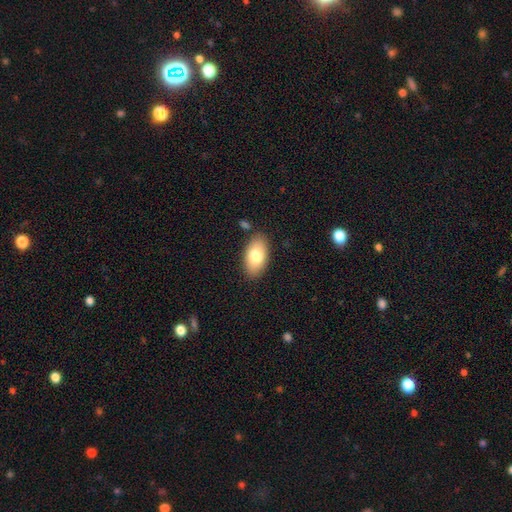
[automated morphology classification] Smooth or featured: smooth — 77% (featured or disk — 16%)
How rounded: in between — 94% (round — 4%)
Merging: none — 84% (minor disturbance — 11%)